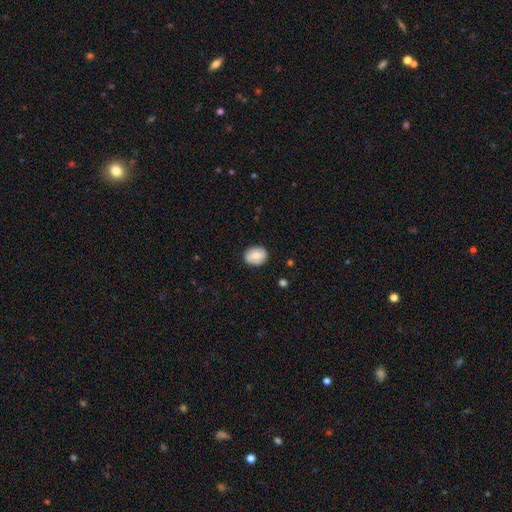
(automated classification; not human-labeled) Smooth or featured?
  - smooth: 74% *
  - featured or disk: 19%
  - star or artifact: 8%
How rounded?
  - in between: 52% *
  - round: 47%
  - cigar-shaped: 1%
Merging?
  - none: 83% *
  - minor disturbance: 13%
  - major disturbance: 3%
  - merger: 1%